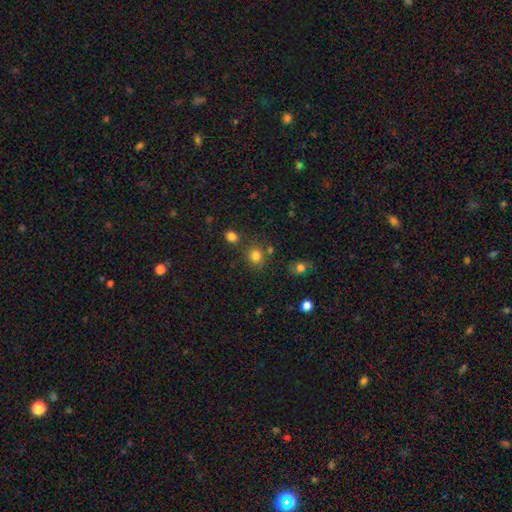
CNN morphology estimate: smooth 80%, star or artifact 14%, featured or disk 6%. Down the decision tree: how rounded — round (81%); merging — none (75%).